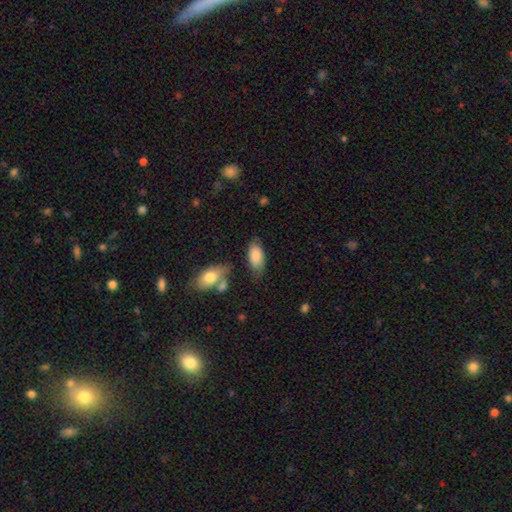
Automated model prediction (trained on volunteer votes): Morphology: type=smooth (81%); roundness=in between (92%); merging=none (57%).